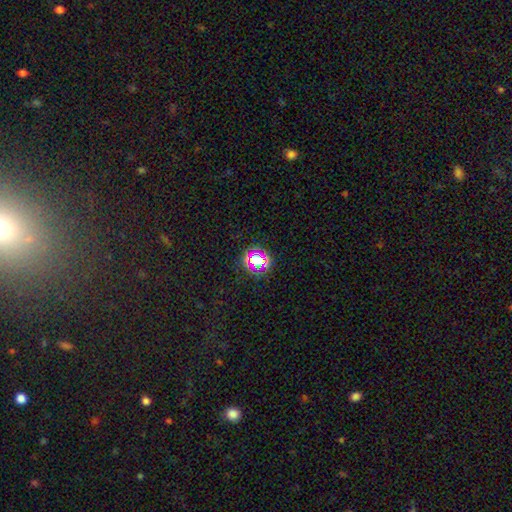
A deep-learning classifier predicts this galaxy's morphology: star or artifact 71%, smooth 21%, featured or disk 8%.